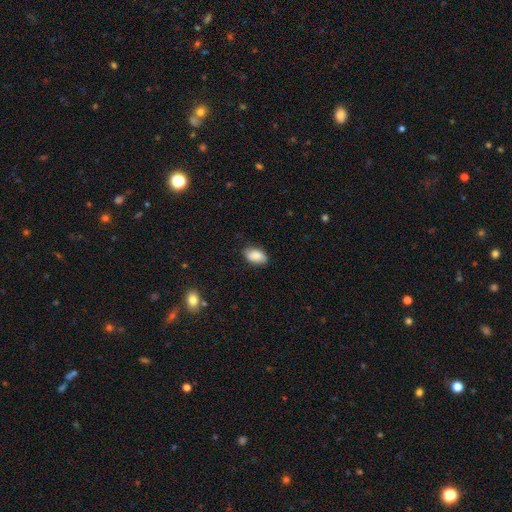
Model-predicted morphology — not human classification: Q: Smooth or featured?
A: smooth (87%); runner-up: featured or disk (7%)
Q: How rounded?
A: in between (92%); runner-up: round (6%)
Q: Merging?
A: none (81%); runner-up: minor disturbance (15%)